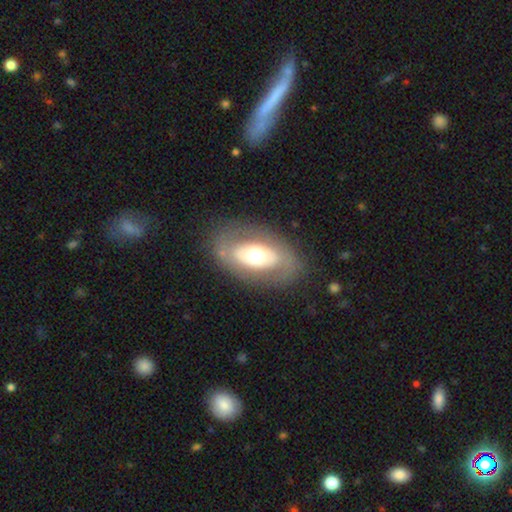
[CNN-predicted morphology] A featured or disk galaxy (49%). Merging: none (79%).